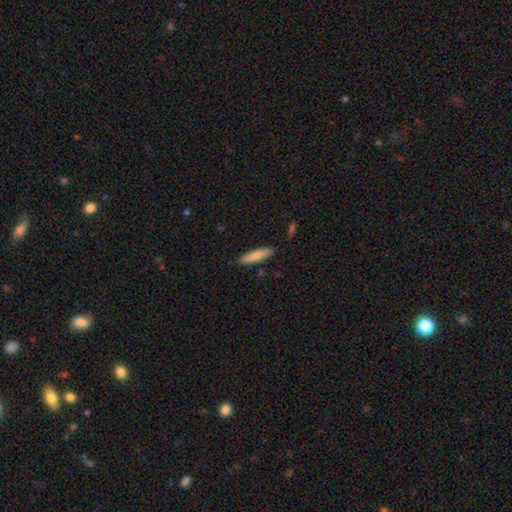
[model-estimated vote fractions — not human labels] smooth 83%, featured or disk 12%, star or artifact 6%. Down the decision tree: how rounded — cigar-shaped (80%); merging — none (88%).